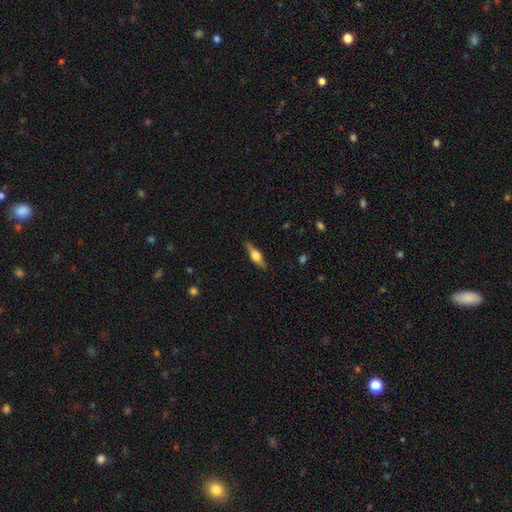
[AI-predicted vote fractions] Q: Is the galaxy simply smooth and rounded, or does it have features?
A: featured or disk — 67%.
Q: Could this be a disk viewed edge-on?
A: yes — 97%.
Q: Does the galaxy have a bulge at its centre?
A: rounded — 92%.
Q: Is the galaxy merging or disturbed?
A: none — 89%.